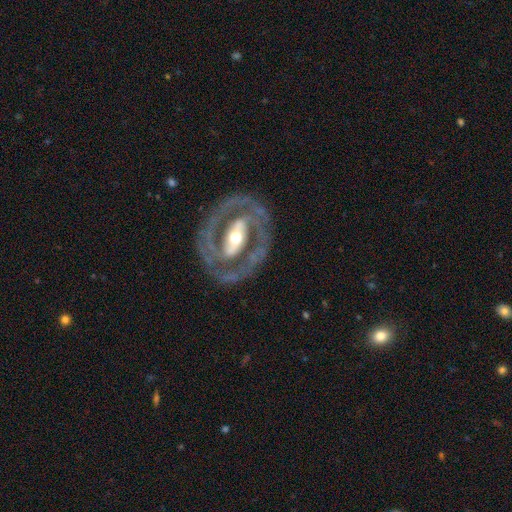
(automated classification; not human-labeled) A featured or disk galaxy (85%) with a strong bar (50%), 2 (73%) tight (53%) spiral arms (64%) and a moderate central bulge (59%).

Vote fractions:
- Smooth or featured? featured or disk: 85% / smooth: 10% / star or artifact: 5%
- Edge-on disk? no: 93% / yes: 7%
- Bar? strong: 50% / weak: 26% / no: 24%
- Spiral arms? yes: 64% / no: 36%
- Spiral winding? tight: 53% / medium: 35% / loose: 13%
- Spiral arm count? 2: 73% / can't tell: 13% / 1: 8% / 3: 3% / 4: 2% / more than 4: 2%
- Bulge size? moderate: 59% / small: 30% / large: 9% / dominant: 1% / none: 1%
- Merging? none: 77% / minor disturbance: 13% / major disturbance: 9% / merger: 2%